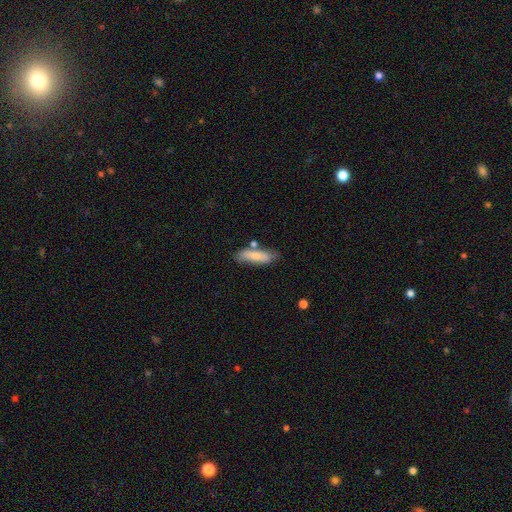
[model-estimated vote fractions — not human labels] This appears to be a smooth galaxy with no disk features (77%) that is in between round and cigar-shaped (50%). Merging: none (66%).